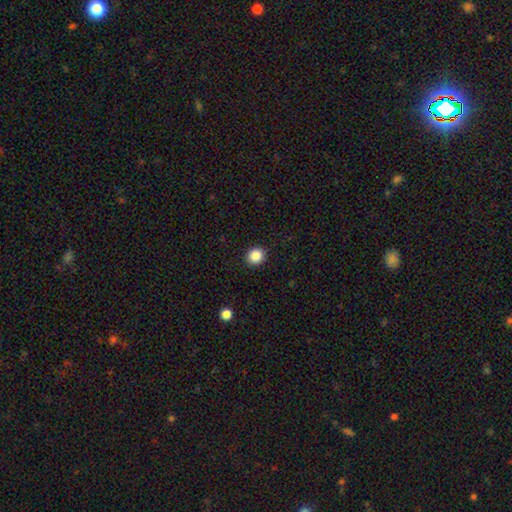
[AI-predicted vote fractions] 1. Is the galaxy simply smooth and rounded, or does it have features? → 87% smooth, 10% star or artifact, 4% featured or disk.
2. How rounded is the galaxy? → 81% round, 18% in between, 1% cigar-shaped.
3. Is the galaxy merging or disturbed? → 91% none, 6% minor disturbance, 2% major disturbance, 1% merger.